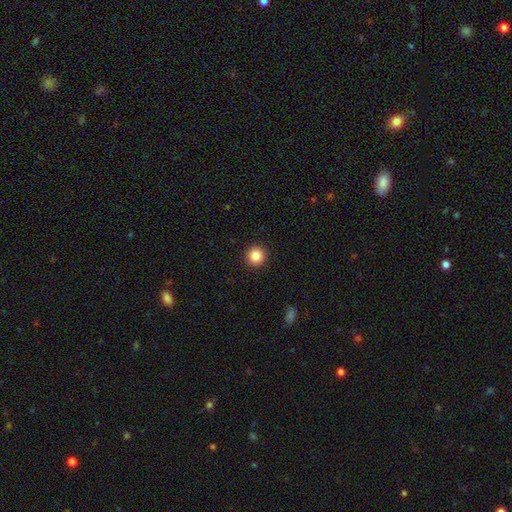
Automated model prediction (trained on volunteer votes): smooth 86%, star or artifact 10%, featured or disk 4%. Down the decision tree: how rounded — round (95%); merging — none (92%).